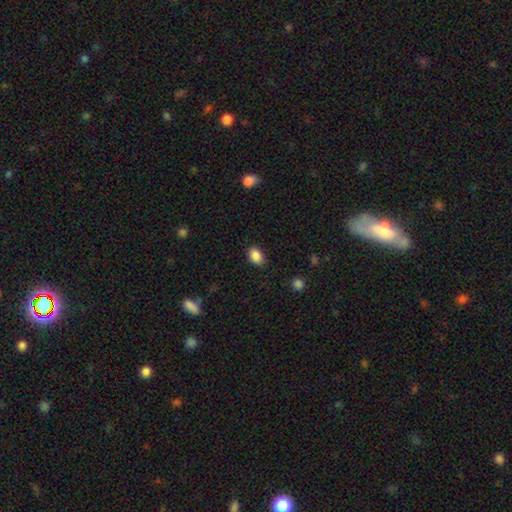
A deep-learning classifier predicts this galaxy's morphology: smooth 87%, star or artifact 9%, featured or disk 4%. Down the decision tree: how rounded — in between (81%); merging — none (85%).